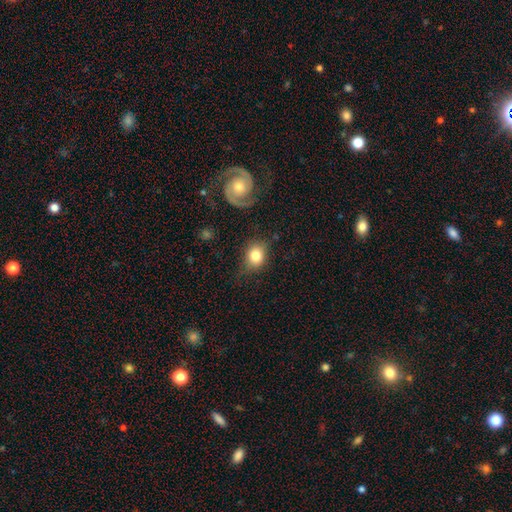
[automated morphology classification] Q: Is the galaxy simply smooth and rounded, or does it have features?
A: smooth — 78%.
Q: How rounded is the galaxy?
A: round — 55%.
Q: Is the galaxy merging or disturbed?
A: none — 66%.